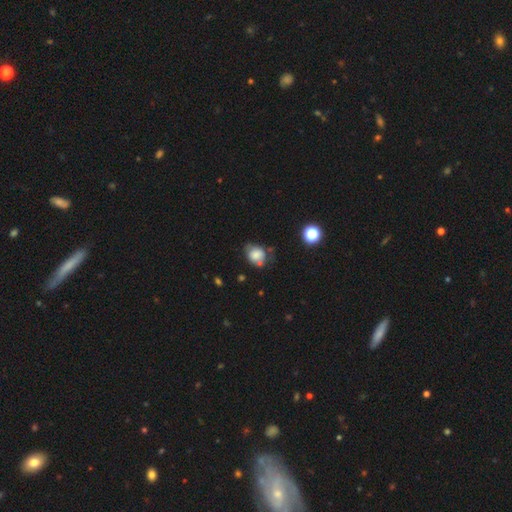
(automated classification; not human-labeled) Overall: smooth (70%). How rounded: round (56%; in between 43%). Merging: none (46%; minor disturbance 32%).